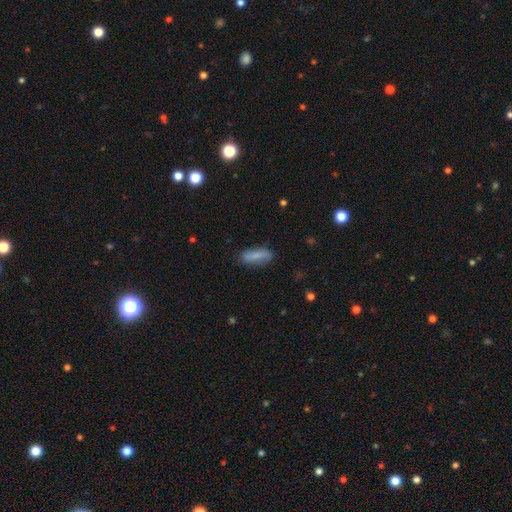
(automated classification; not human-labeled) A smooth galaxy with no disk features (78%) that is in between round and cigar-shaped (54%).

Vote fractions:
- Smooth or featured? smooth: 78% / featured or disk: 15% / star or artifact: 7%
- How rounded? in between: 54% / cigar-shaped: 44% / round: 2%
- Merging? none: 78% / minor disturbance: 16% / major disturbance: 4% / merger: 2%